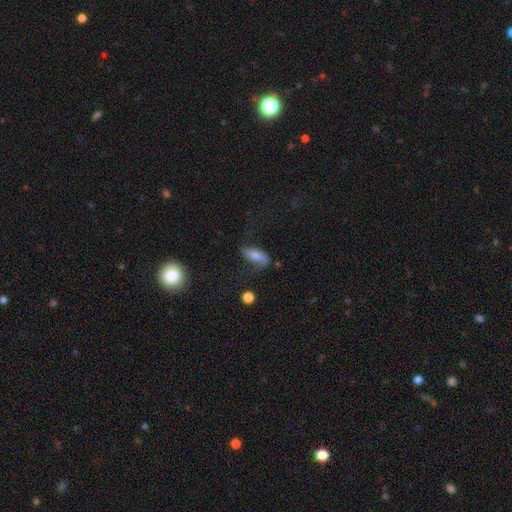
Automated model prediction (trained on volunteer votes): Overall: smooth (60%; featured or disk 30%). How rounded: in between (75%). Merging: none (47%; minor disturbance 27%).